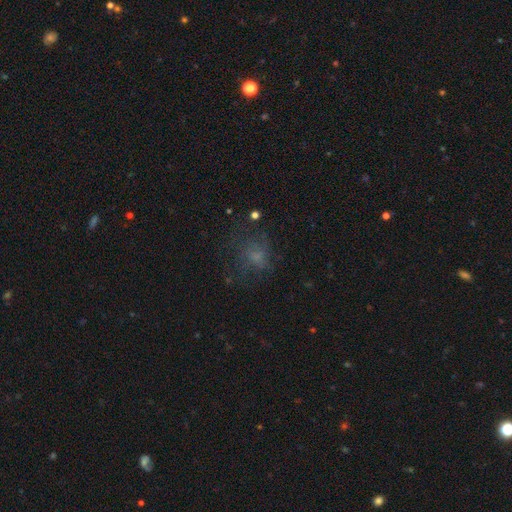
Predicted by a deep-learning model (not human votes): This appears to be a smooth galaxy with no disk features (55%) that is round (61%). Merging: none (57%).